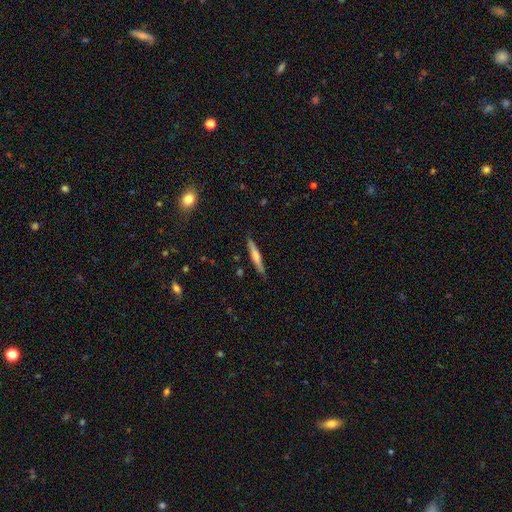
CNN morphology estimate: Q: Smooth or featured?
A: smooth (56%); runner-up: featured or disk (38%)
Q: How rounded?
A: cigar-shaped (92%); runner-up: in between (6%)
Q: Merging?
A: none (84%); runner-up: minor disturbance (13%)